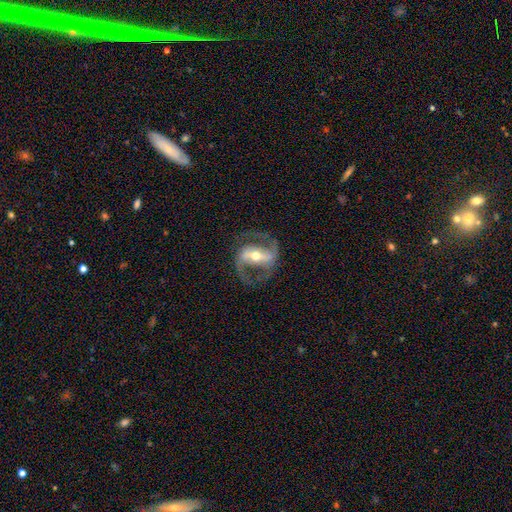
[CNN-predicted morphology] This is clearly a featured or disk galaxy (90%). It is clearly not viewed edge-on (96%). Bar: likely strong (62%). Spiral arm pattern: clearly yes (95%). Spiral arm count: clearly 2 (93%). Spiral winding: possibly medium (57%). Central bulge: likely moderate (65%). Merging: likely none (78%).